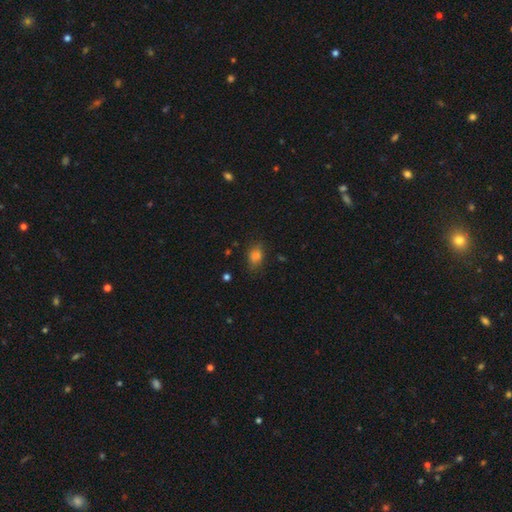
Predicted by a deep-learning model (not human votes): Q: Smooth or featured?
A: smooth (79%); runner-up: star or artifact (14%)
Q: How rounded?
A: in between (72%); runner-up: round (26%)
Q: Merging?
A: none (74%); runner-up: minor disturbance (18%)